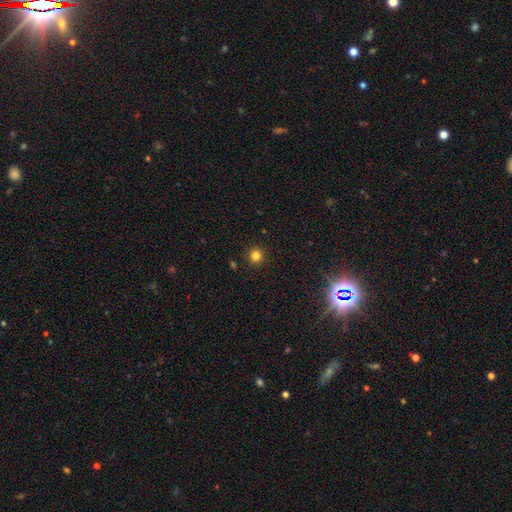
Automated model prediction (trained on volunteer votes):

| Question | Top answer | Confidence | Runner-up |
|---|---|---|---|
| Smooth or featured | smooth | 82% | star or artifact (14%) |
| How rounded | round | 94% | in between (5%) |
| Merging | none | 92% | minor disturbance (5%) |